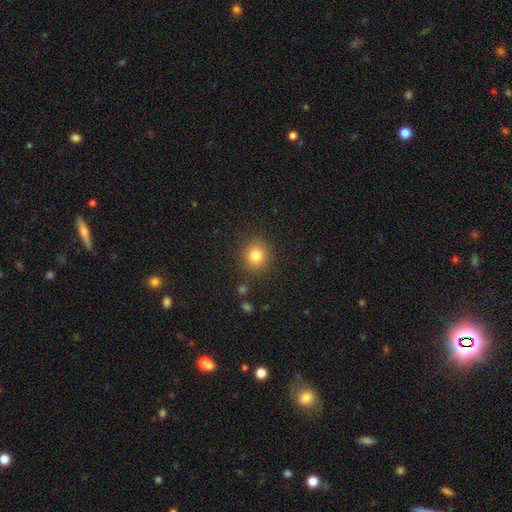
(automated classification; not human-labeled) Q: Smooth or featured?
A: smooth (82%); runner-up: star or artifact (11%)
Q: How rounded?
A: round (85%); runner-up: in between (14%)
Q: Merging?
A: none (89%); runner-up: minor disturbance (7%)